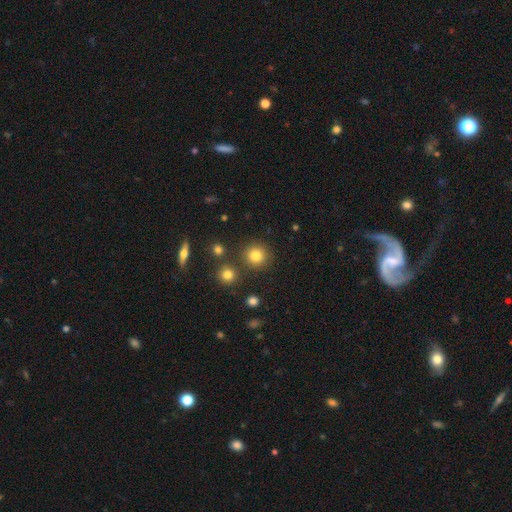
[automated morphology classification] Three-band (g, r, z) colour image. It shows a smooth galaxy with no disk features (81%) that is round (92%). Merging: none (85%).